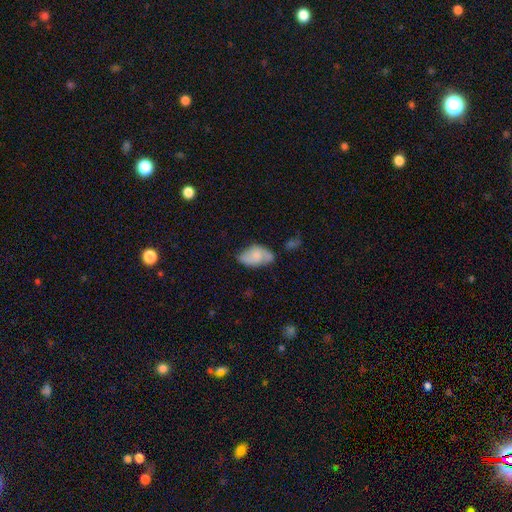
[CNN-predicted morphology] Smooth or featured: smooth — 65% (featured or disk — 28%)
How rounded: in between — 93% (round — 5%)
Merging: none — 49% (minor disturbance — 34%)